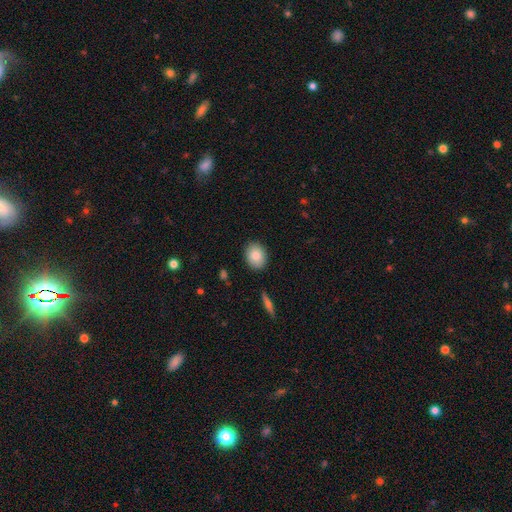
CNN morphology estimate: type=smooth (85%); roundness=in between (59%); merging=none (89%).